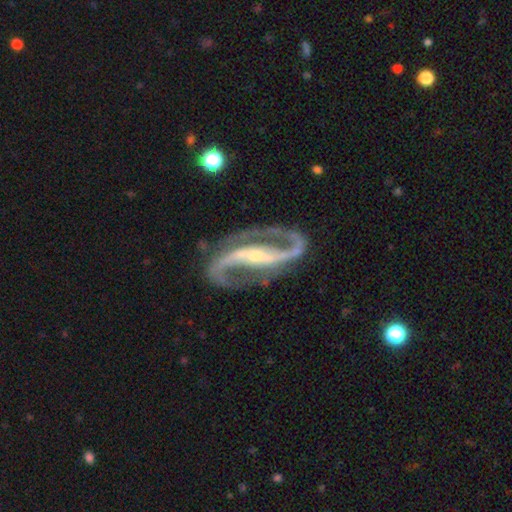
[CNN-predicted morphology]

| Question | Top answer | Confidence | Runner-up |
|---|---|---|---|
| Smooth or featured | featured or disk | 94% | star or artifact (4%) |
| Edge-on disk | no | 96% | yes (4%) |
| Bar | strong | 72% | weak (19%) |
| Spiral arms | yes | 98% | no (2%) |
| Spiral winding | medium | 59% | loose (24%) |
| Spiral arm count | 2 | 94% | can't tell (1%) |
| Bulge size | small | 60% | moderate (33%) |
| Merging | none | 81% | minor disturbance (11%) |